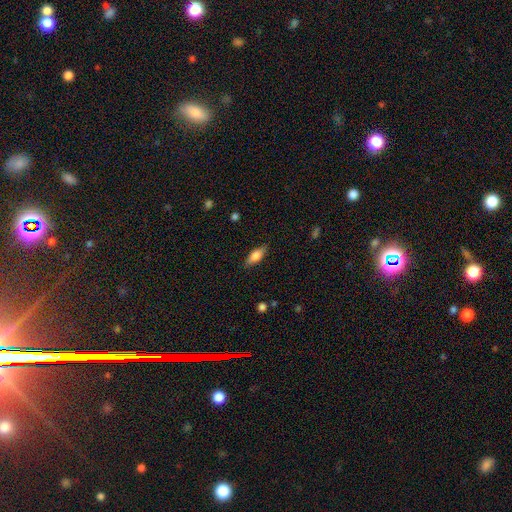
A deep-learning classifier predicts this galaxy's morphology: smooth-or-featured: smooth: 71% | featured or disk: 22% | star or artifact: 7%
  how-rounded: in between: 70% | cigar-shaped: 27% | round: 3%
  merging: none: 85% | minor disturbance: 12% | major disturbance: 3% | merger: 1%